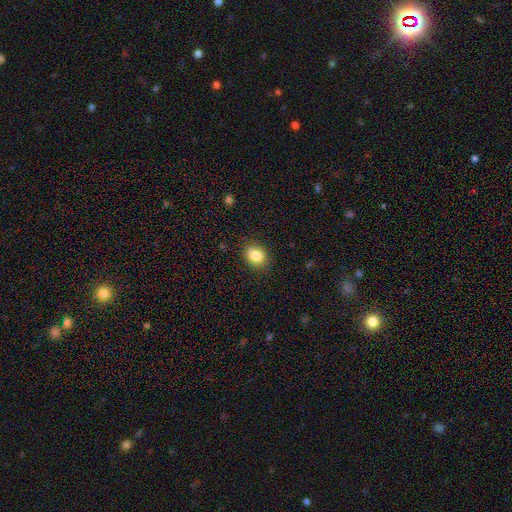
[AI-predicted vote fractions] Morphology: type=smooth (82%); roundness=in between (53%); merging=none (83%).